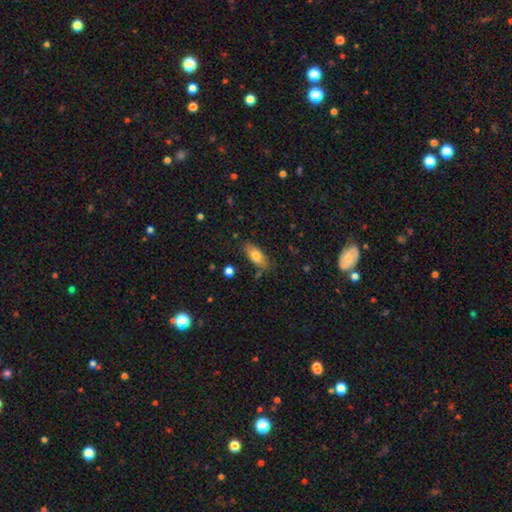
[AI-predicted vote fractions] Smooth or featured: smooth — 74% (featured or disk — 18%)
How rounded: in between — 81% (cigar-shaped — 16%)
Merging: none — 77% (minor disturbance — 16%)